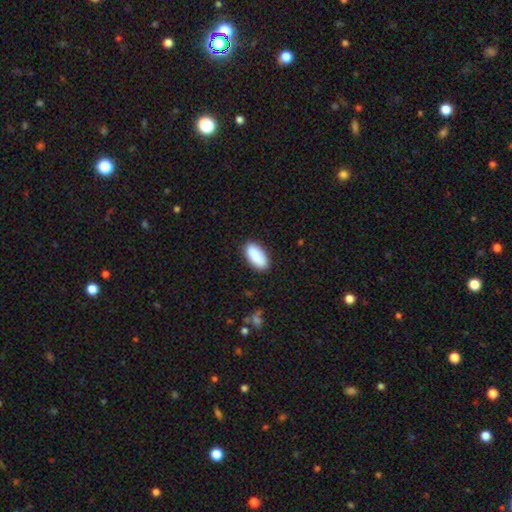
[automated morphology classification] The model was most divided on "merging": none: 87%, minor disturbance: 10%, major disturbance: 2%, merger: 1%. More confident: how rounded — in between (90%); smooth or featured — smooth (89%).